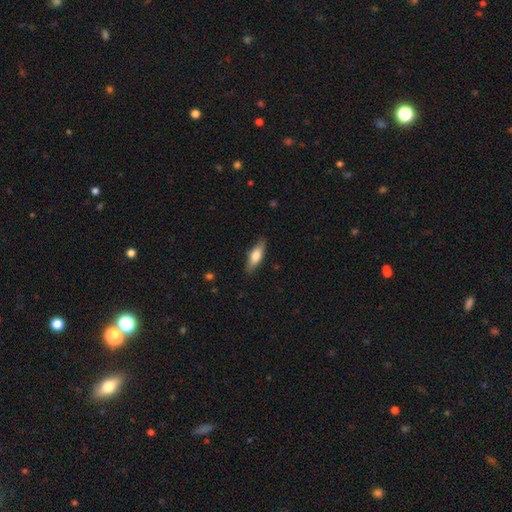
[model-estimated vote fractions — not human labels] smooth_or_featured: smooth (p=0.70) [alt: featured or disk p=0.24]
how_rounded: in between (p=0.56) [alt: cigar-shaped p=0.42]
merging: none (p=0.84) [alt: minor disturbance p=0.12]